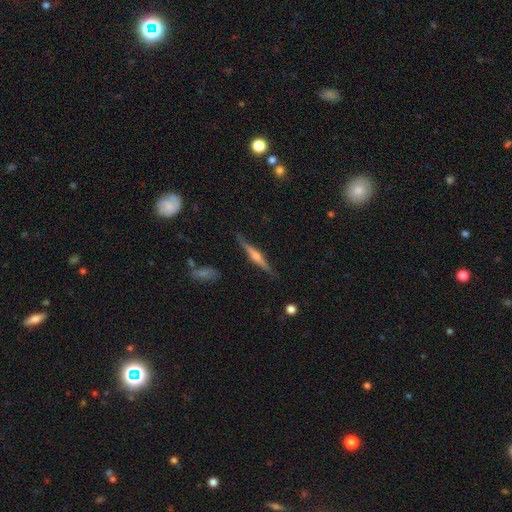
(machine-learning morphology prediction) Smooth or featured: featured or disk — 79% (smooth — 14%)
Edge-on disk: yes — 98% (no — 2%)
Edge-on bulge: rounded — 76% (boxy — 16%)
Merging: none — 87% (minor disturbance — 9%)